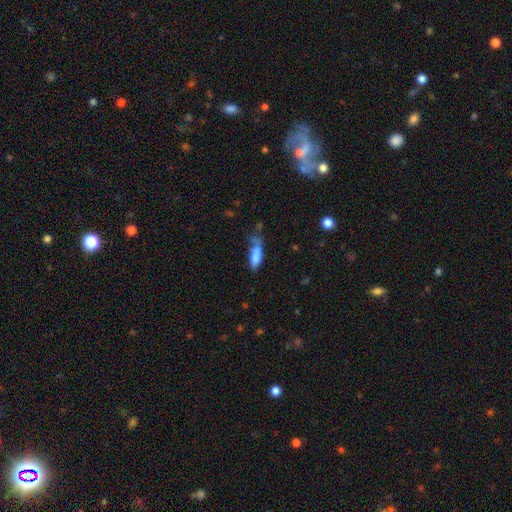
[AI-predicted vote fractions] A smooth galaxy with no disk features (81%) that is in between round and cigar-shaped (62%). Merging: none (42%).